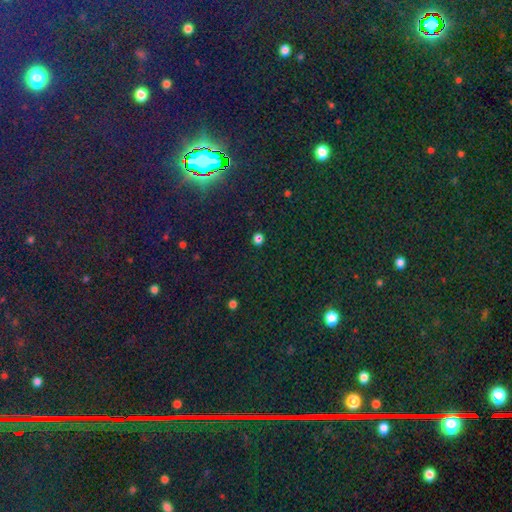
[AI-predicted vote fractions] Smooth or featured? Predicted: star or artifact (p=0.83).